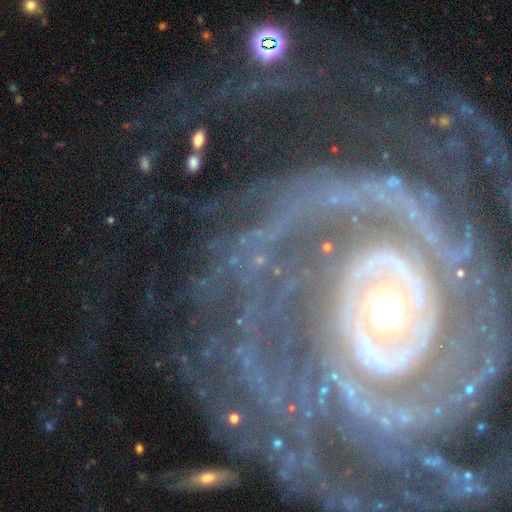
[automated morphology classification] Overall: featured or disk (88%). Edge-on disk: no (96%). Bar: no (65%). Spiral arms: yes (93%). Spiral arm count: can't tell (24%; 2 23%). Spiral winding: tight (69%). Bulge size: moderate (60%; small 24%). Merging: none (68%).